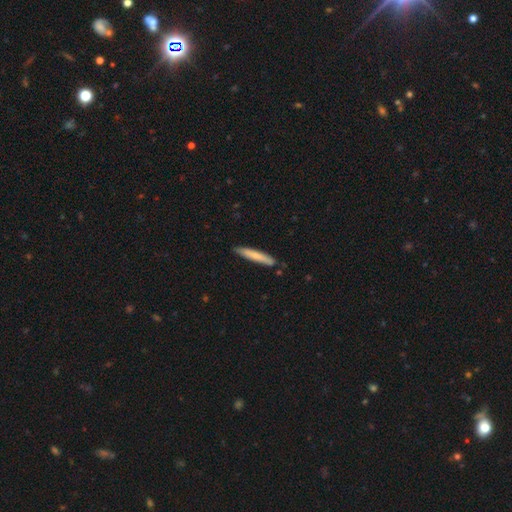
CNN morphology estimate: The model was most divided on "smooth or featured": smooth: 72%, featured or disk: 22%, star or artifact: 5%. More confident: how rounded — cigar-shaped (93%); merging — none (86%).